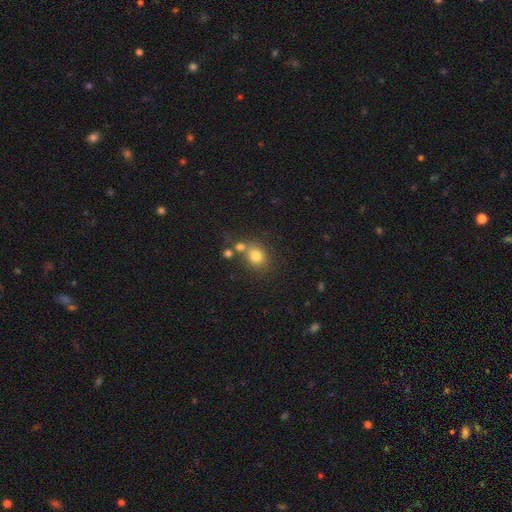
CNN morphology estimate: smooth_or_featured: smooth (p=0.79) [alt: star or artifact p=0.13]
how_rounded: round (p=0.72) [alt: in between p=0.27]
merging: none (p=0.59) [alt: merger p=0.24]